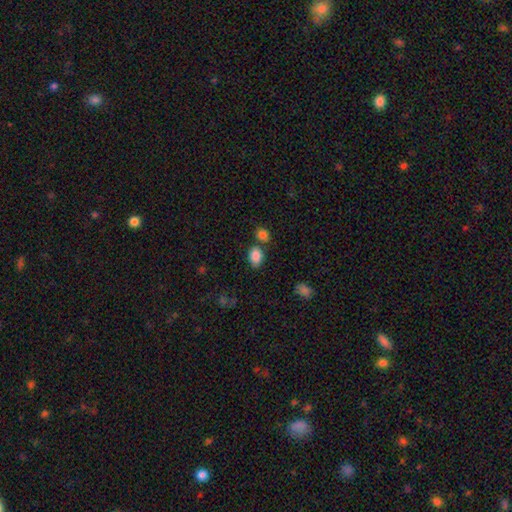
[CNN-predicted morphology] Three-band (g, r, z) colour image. It shows a smooth galaxy with no disk features (86%) that is in between round and cigar-shaped (81%). Merging: none (66%).